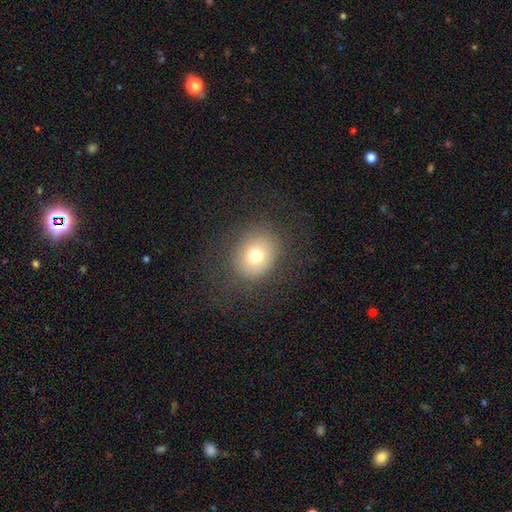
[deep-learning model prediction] Morphology: type=smooth (73%); roundness=round (67%); merging=none (80%).